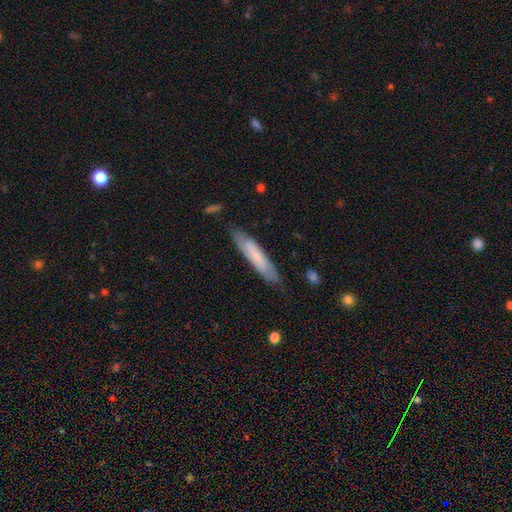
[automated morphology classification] Q: Smooth or featured?
A: smooth (64%); runner-up: featured or disk (31%)
Q: How rounded?
A: cigar-shaped (85%); runner-up: in between (14%)
Q: Merging?
A: none (82%); runner-up: minor disturbance (14%)